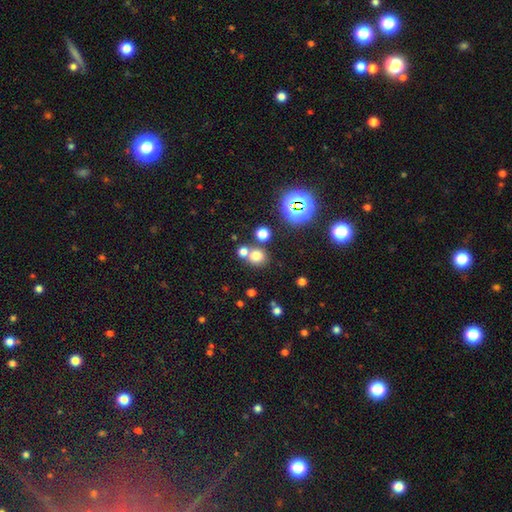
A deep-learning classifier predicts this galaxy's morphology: This appears to be a smooth galaxy with no disk features (70%) that is round (81%). Merging: none (58%).